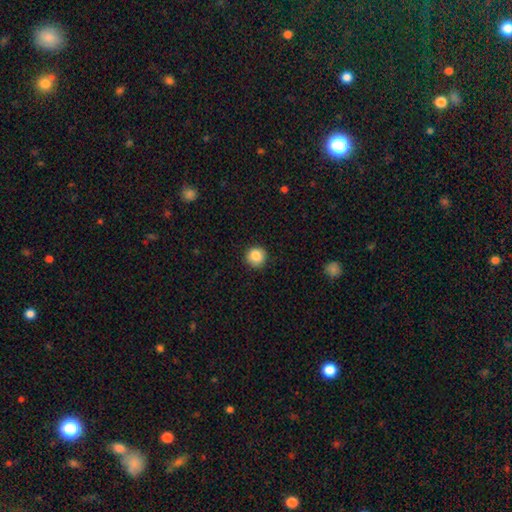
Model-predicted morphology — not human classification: A smooth galaxy with no disk features (87%) that is round (94%). Merging: none (91%).